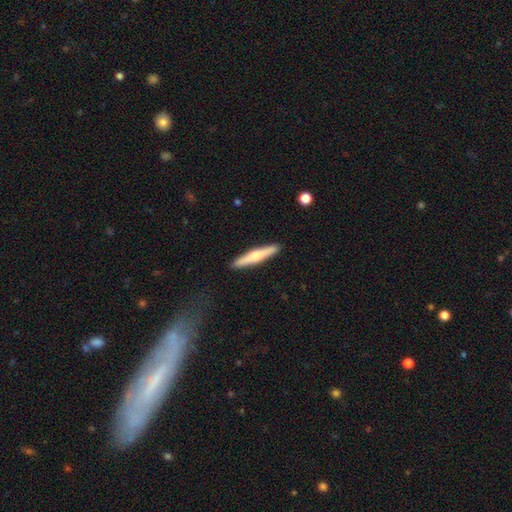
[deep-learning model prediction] Smooth or featured?
  - smooth: 56% *
  - featured or disk: 39%
  - star or artifact: 5%
How rounded?
  - cigar-shaped: 92% *
  - in between: 7%
  - round: 1%
Merging?
  - none: 91% *
  - minor disturbance: 7%
  - major disturbance: 1%
  - merger: 1%